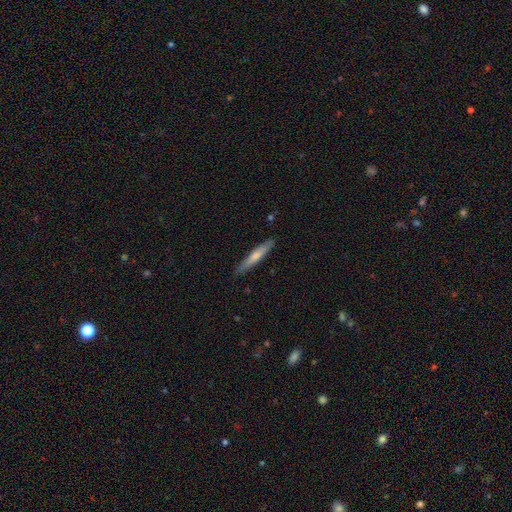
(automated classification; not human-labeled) Q: Smooth or featured?
A: smooth (64%); runner-up: featured or disk (31%)
Q: How rounded?
A: cigar-shaped (93%); runner-up: in between (5%)
Q: Merging?
A: none (89%); runner-up: minor disturbance (9%)